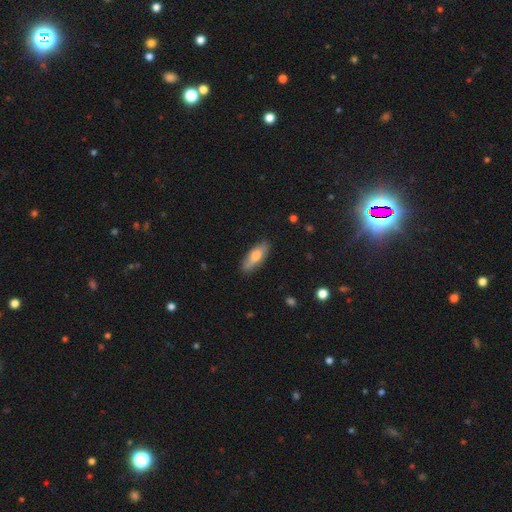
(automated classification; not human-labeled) The model was most divided on "how rounded": in between: 65%, cigar-shaped: 33%, round: 2%. More confident: merging — none (83%); smooth or featured — smooth (70%).